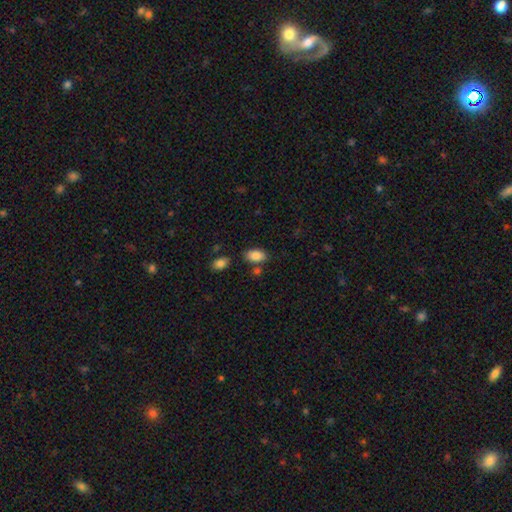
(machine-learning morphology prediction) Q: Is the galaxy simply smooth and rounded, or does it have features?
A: smooth — 87%.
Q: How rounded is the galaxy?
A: in between — 92%.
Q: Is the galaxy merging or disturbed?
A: none — 75%.